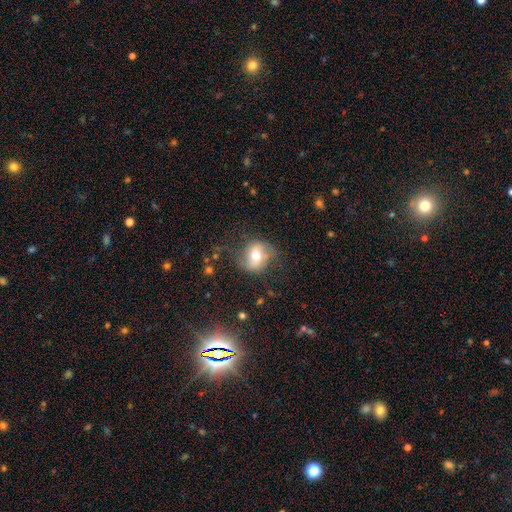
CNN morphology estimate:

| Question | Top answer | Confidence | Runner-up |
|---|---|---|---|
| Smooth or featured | smooth | 48% | featured or disk (43%) |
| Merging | none | 68% | minor disturbance (20%) |